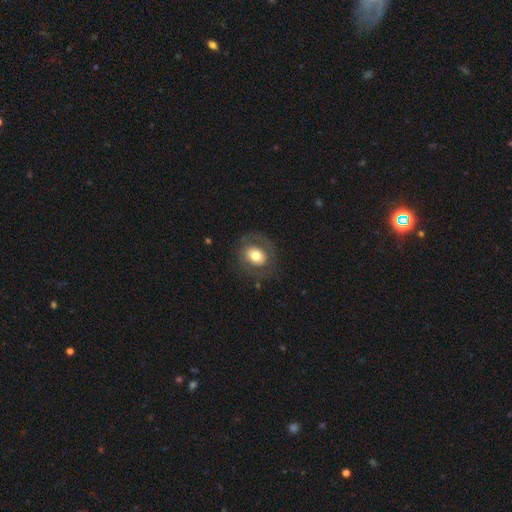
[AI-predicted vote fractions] smooth 61%, featured or disk 31%, star or artifact 8%. Down the decision tree: how rounded — round (57%); merging — none (76%).